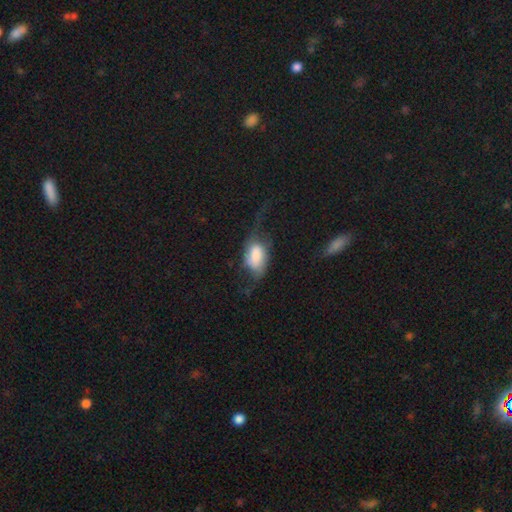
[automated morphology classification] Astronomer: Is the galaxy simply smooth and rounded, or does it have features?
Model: smooth — 57% (runner-up: featured or disk, 35%).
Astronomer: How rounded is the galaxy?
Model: in between — 90%.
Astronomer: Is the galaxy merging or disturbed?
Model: major disturbance — 45% (runner-up: none, 29%).